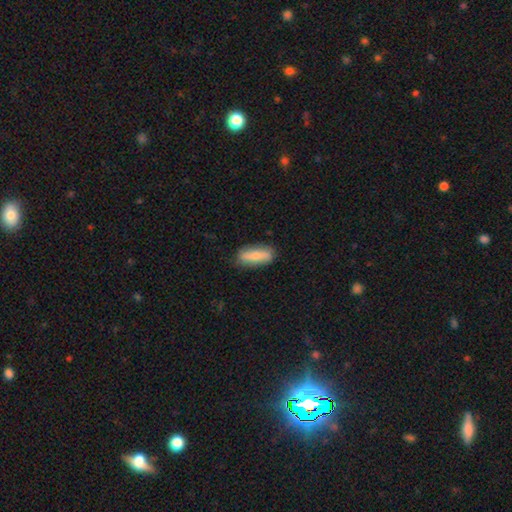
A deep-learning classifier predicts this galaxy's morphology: Smooth or featured? smooth (64%)
How rounded? in between (61%)
Merging? none (82%)